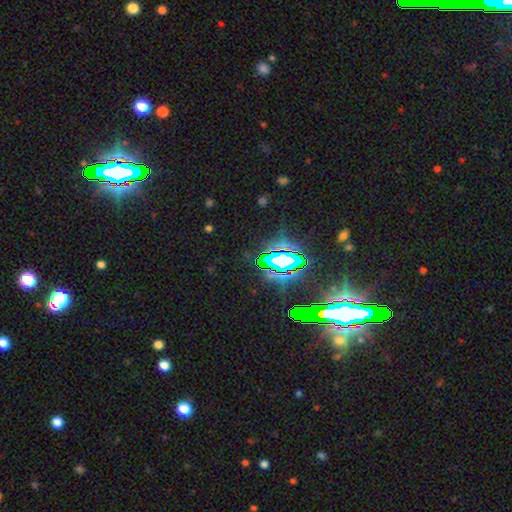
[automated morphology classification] A star or artifact, not a galaxy (81%).

Vote fractions:
- Smooth or featured? star or artifact: 81% / smooth: 10% / featured or disk: 9%